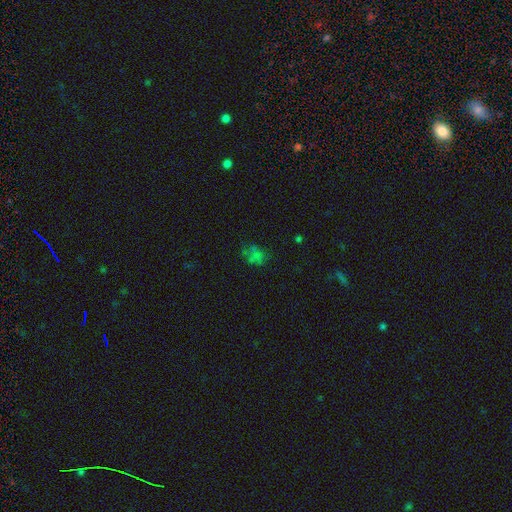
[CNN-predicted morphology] A smooth galaxy with no disk features (47%).

Vote fractions:
- Smooth or featured? smooth: 47% / star or artifact: 28% / featured or disk: 25%
- Merging? none: 51% / major disturbance: 21% / minor disturbance: 20% / merger: 7%